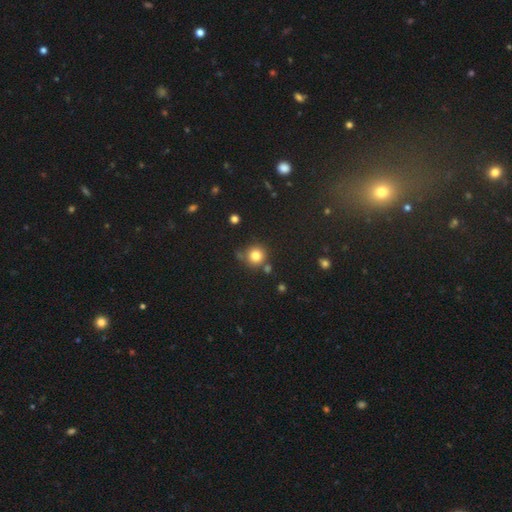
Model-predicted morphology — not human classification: A smooth galaxy with no disk features (80%) that is round (92%). Merging: none (72%).